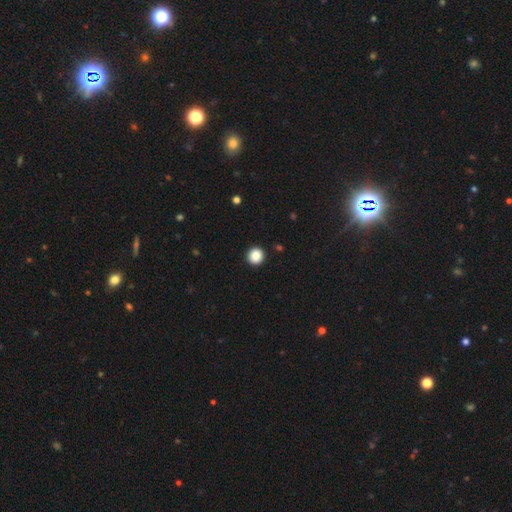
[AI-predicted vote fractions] Q: Smooth or featured?
A: smooth (88%); runner-up: star or artifact (10%)
Q: How rounded?
A: round (94%); runner-up: in between (5%)
Q: Merging?
A: none (93%); runner-up: minor disturbance (4%)